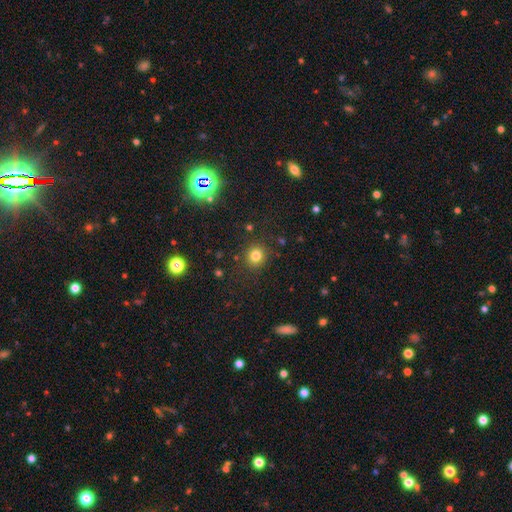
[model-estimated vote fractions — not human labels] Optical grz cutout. It shows a smooth galaxy with no disk features (79%) that is round (87%). Merging: none (87%).